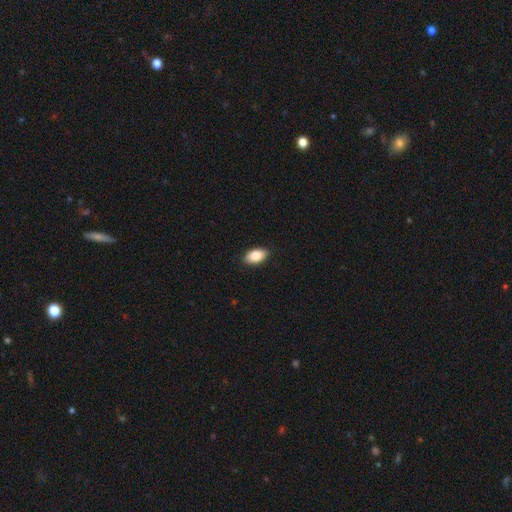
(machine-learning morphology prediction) The model was most divided on "smooth or featured": smooth: 86%, featured or disk: 7%, star or artifact: 7%. More confident: how rounded — in between (93%); merging — none (89%).